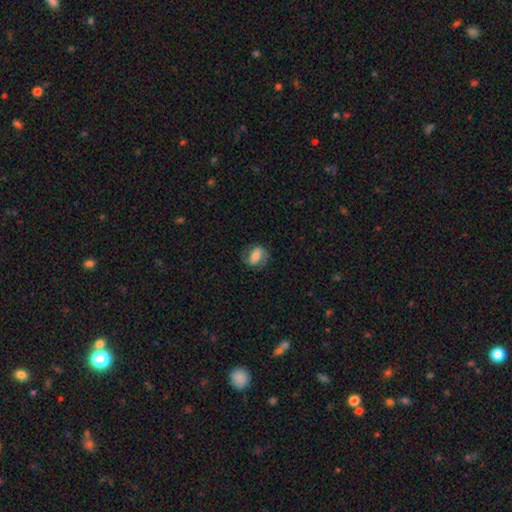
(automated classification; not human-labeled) smooth-or-featured: featured or disk: 49% | smooth: 44% | star or artifact: 8%
  merging: none: 73% | minor disturbance: 18% | major disturbance: 8% | merger: 1%